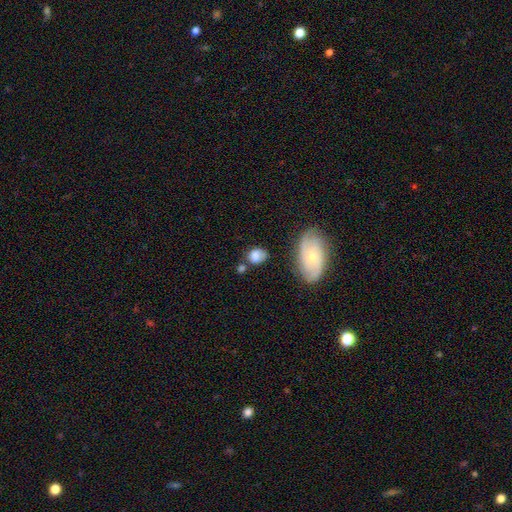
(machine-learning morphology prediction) Overall: smooth (77%). How rounded: in between (58%; round 41%). Merging: none (60%; minor disturbance 21%).